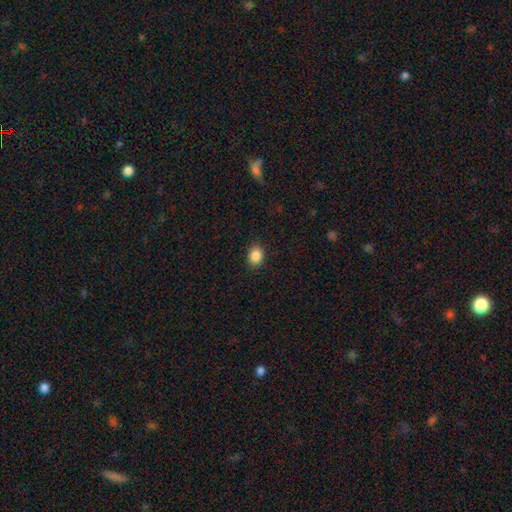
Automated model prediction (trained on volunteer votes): smooth 87%, star or artifact 9%, featured or disk 3%. Down the decision tree: how rounded — in between (55%); merging — none (89%).